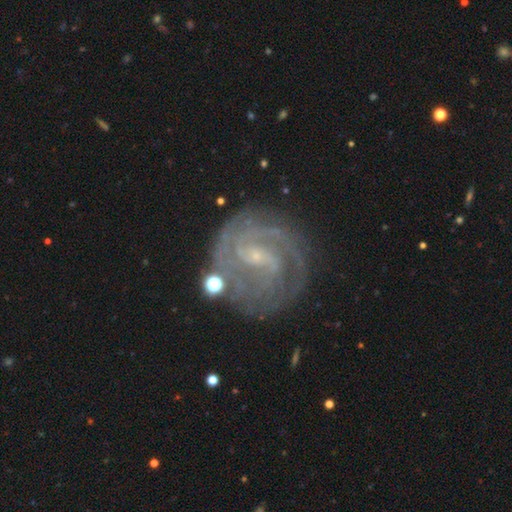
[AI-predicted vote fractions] Smooth or featured? Predicted: featured or disk (p=0.85). Edge-on disk? Predicted: no (p=0.97). Bar? Predicted: weak (p=0.51). Spiral arms? Predicted: yes (p=0.96). Spiral winding? Predicted: tight (p=0.64). Spiral arm count? Predicted: 2 (p=0.34). Bulge size? Predicted: small (p=0.76). Merging? Predicted: none (p=0.74).